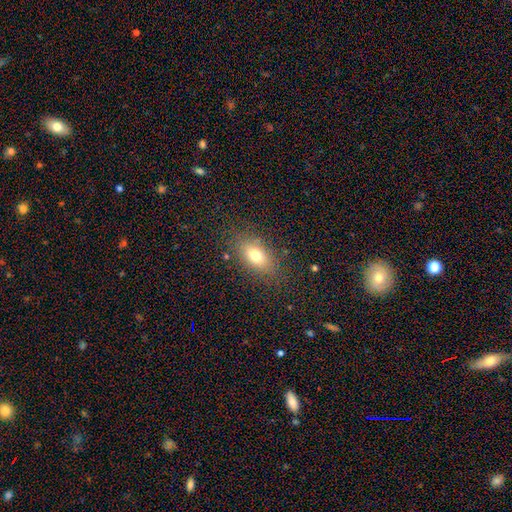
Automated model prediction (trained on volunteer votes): smooth_or_featured: smooth (p=0.73) [alt: featured or disk p=0.15]
how_rounded: in between (p=0.84) [alt: round p=0.11]
merging: none (p=0.82) [alt: minor disturbance p=0.12]